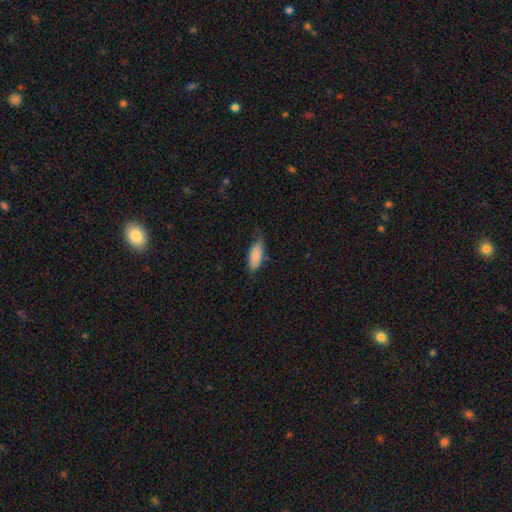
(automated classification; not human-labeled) Smooth or featured? Predicted: smooth (p=0.86). How rounded? Predicted: in between (p=0.80). Merging? Predicted: none (p=0.65).